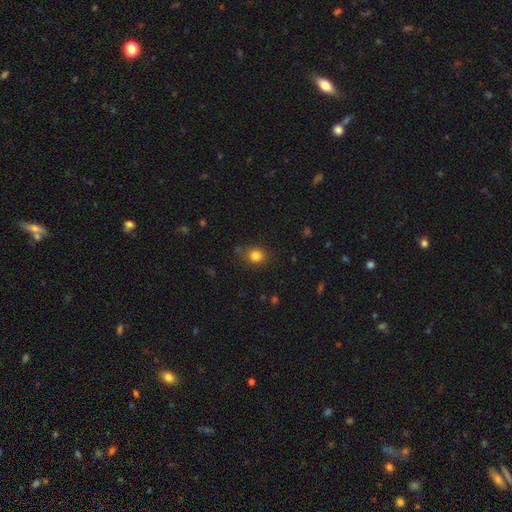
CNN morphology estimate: Overall: smooth (82%). How rounded: round (78%). Merging: none (78%).